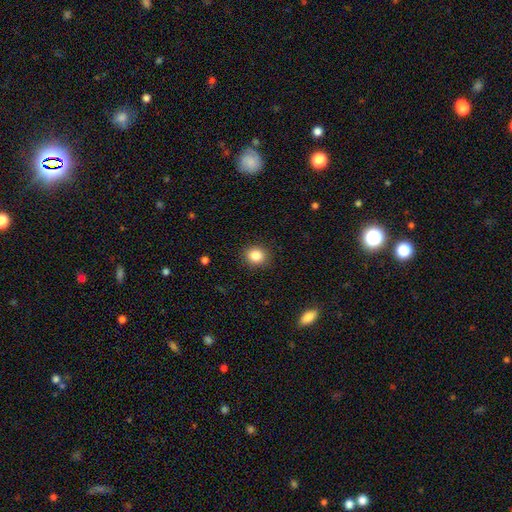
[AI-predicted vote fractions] Overall: smooth (85%). How rounded: round (79%). Merging: none (90%).